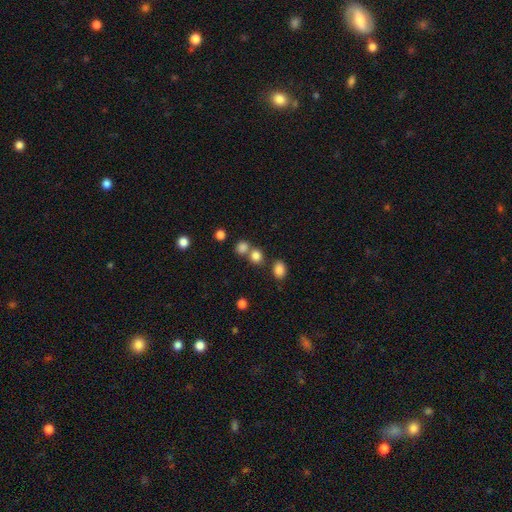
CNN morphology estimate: The model was most divided on "merging": none: 61%, merger: 28%, minor disturbance: 8%, major disturbance: 4%. More confident: smooth or featured — smooth (81%); how rounded — round (80%).